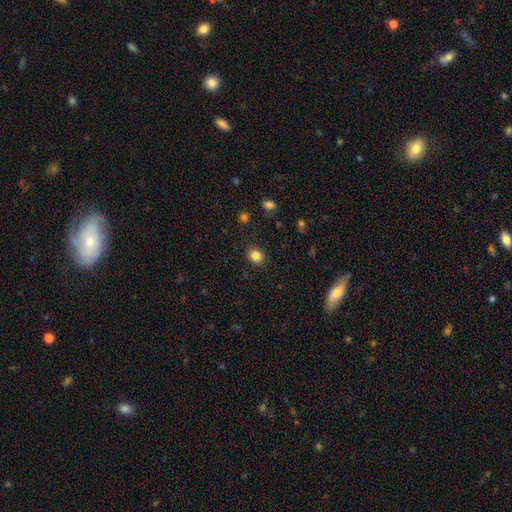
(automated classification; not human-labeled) A smooth galaxy with no disk features (84%) that is round (70%). Merging: none (89%).